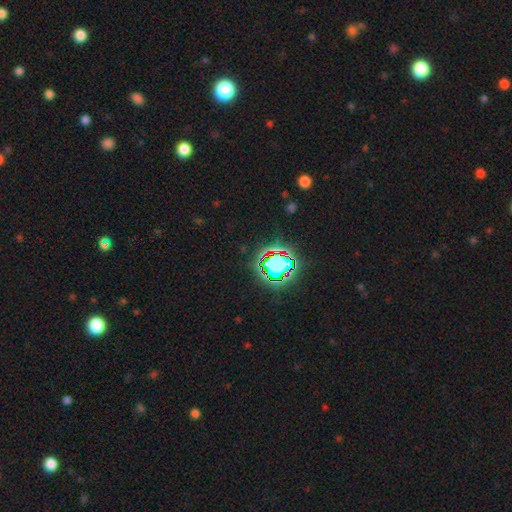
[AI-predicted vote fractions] This is likely a star or artifact rather than a galaxy (80%).